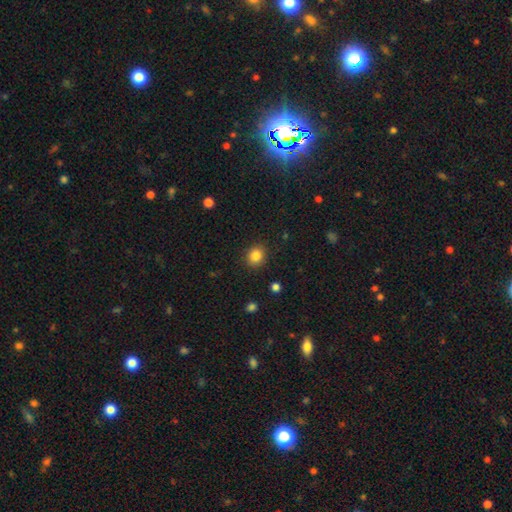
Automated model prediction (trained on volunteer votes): Smooth or featured?
  - smooth: 84% *
  - star or artifact: 11%
  - featured or disk: 5%
How rounded?
  - round: 72% *
  - in between: 27%
  - cigar-shaped: 1%
Merging?
  - none: 89% *
  - minor disturbance: 8%
  - major disturbance: 2%
  - merger: 1%